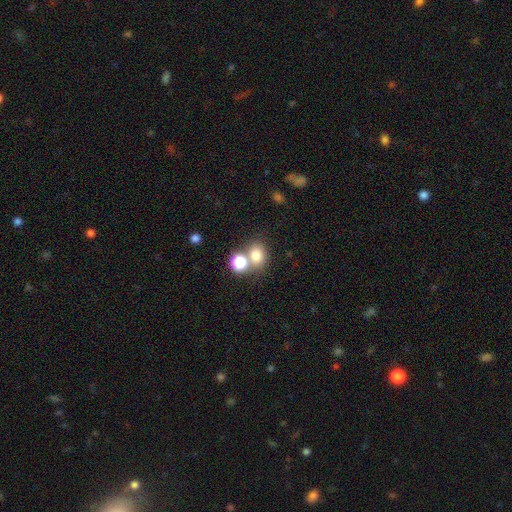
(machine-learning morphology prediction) This is likely a smooth galaxy (76%). How rounded: likely round (62%). Merging: possibly none (52%).